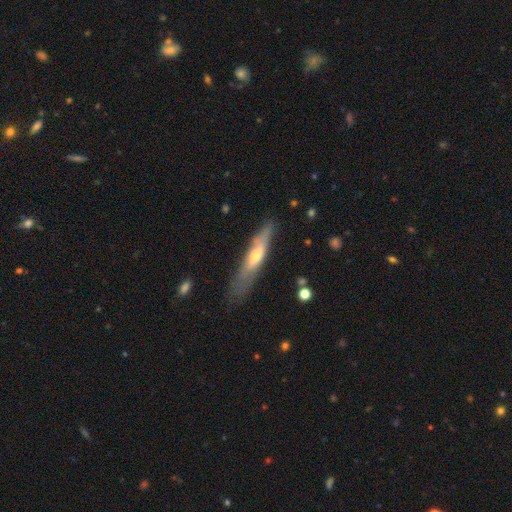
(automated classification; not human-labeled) Smooth or featured?
  - featured or disk: 52% *
  - smooth: 42%
  - star or artifact: 6%
Edge-on disk?
  - yes: 74% *
  - no: 26%
Merging?
  - none: 72% *
  - minor disturbance: 20%
  - major disturbance: 6%
  - merger: 2%